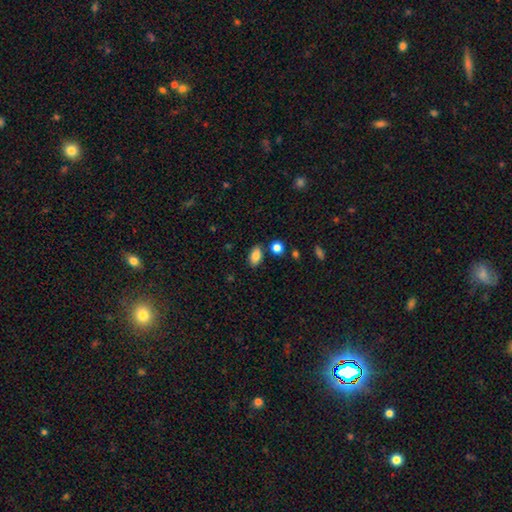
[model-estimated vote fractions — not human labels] smooth 85%, star or artifact 9%, featured or disk 6%. Down the decision tree: how rounded — in between (90%); merging — none (81%).